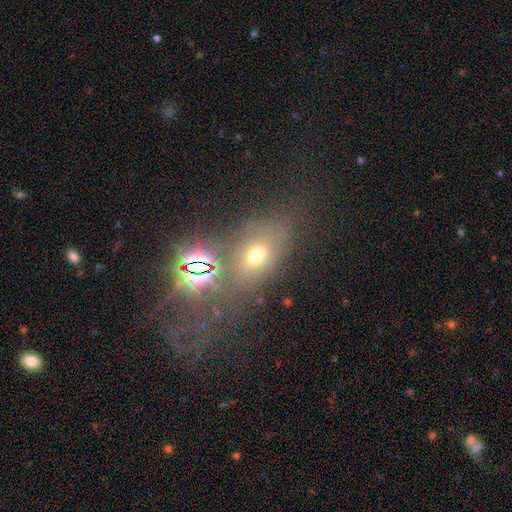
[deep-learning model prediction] A smooth galaxy with no disk features (52%) that is in between round and cigar-shaped (71%). Merging: none (62%).